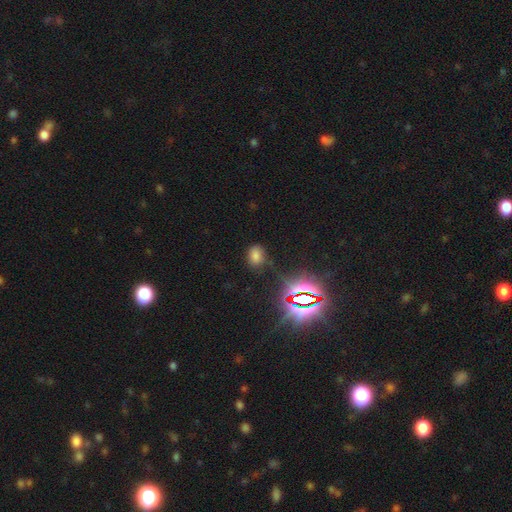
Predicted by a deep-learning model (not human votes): This is likely a smooth galaxy (63%). How rounded: likely in between (73%). Merging: likely none (74%).